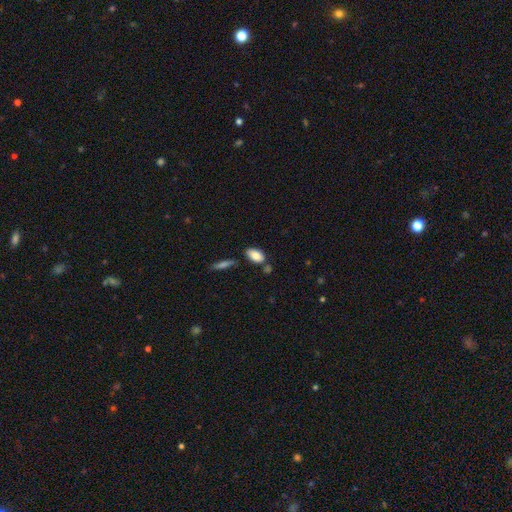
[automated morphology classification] Overall: smooth (85%). How rounded: in between (92%). Merging: none (70%).